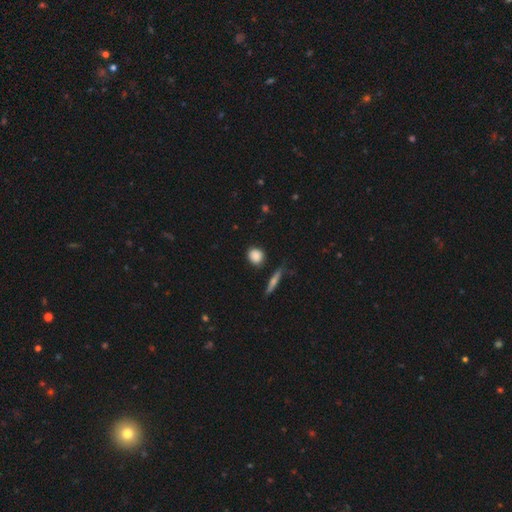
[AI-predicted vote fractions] This is clearly a smooth galaxy (86%). How rounded: likely round (80%). Merging: clearly none (84%).